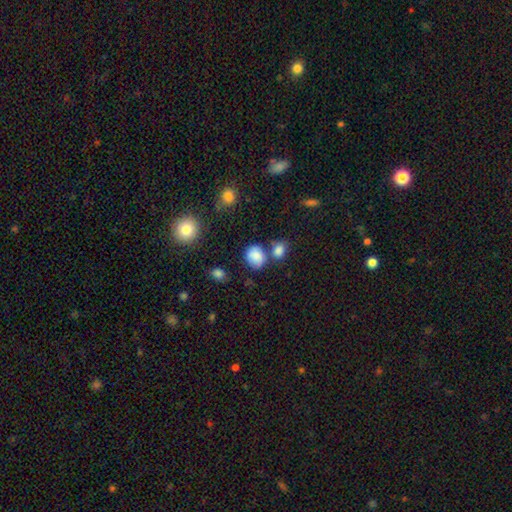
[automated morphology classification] A smooth galaxy with no disk features (83%) that is round (65%). Merging: none (57%).